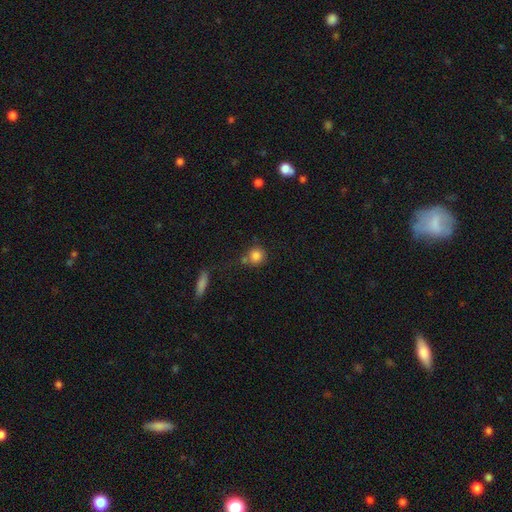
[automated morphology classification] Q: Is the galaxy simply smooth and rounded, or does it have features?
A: smooth — 83%.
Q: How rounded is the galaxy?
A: round — 89%.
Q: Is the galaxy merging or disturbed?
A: none — 62%.